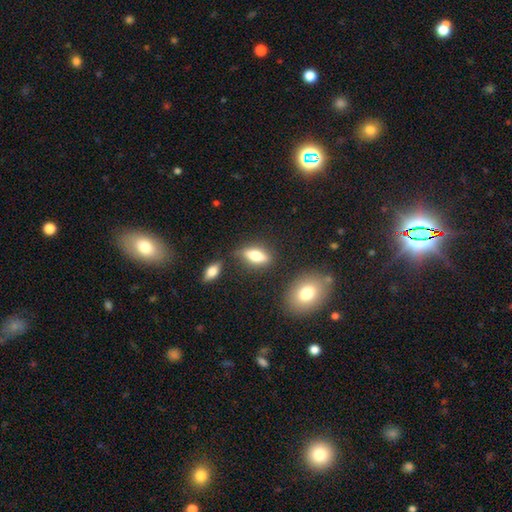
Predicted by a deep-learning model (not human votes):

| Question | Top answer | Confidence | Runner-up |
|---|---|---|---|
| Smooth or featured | smooth | 66% | featured or disk (26%) |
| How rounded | in between | 68% | cigar-shaped (26%) |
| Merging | none | 73% | minor disturbance (14%) |